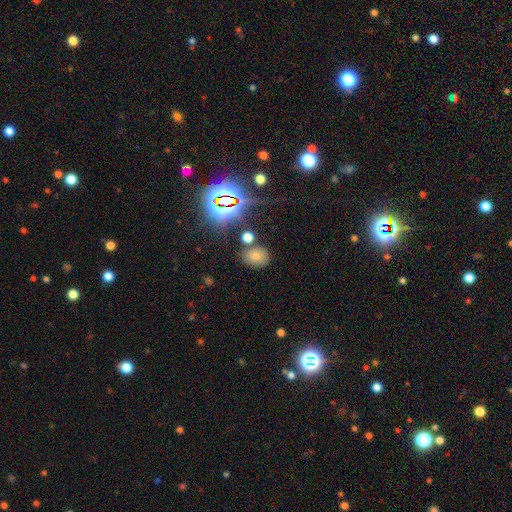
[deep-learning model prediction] smooth 68%, star or artifact 23%, featured or disk 9%. Down the decision tree: how rounded — in between (60%); merging — none (75%).